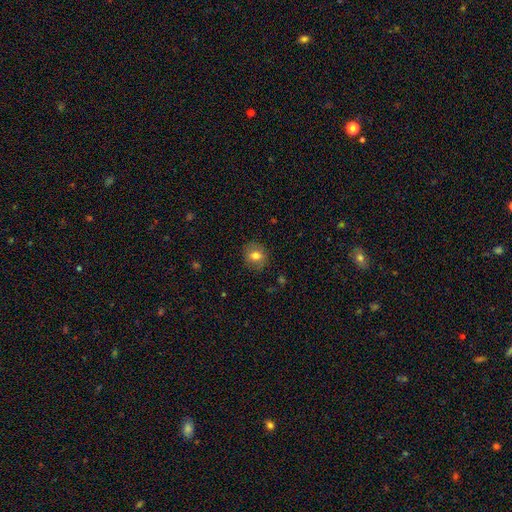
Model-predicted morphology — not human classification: type=smooth (75%); roundness=round (81%); merging=none (86%).